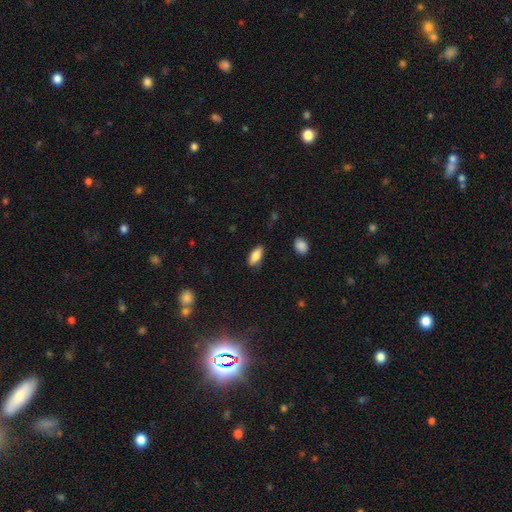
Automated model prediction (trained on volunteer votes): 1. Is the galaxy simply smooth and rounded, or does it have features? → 82% smooth, 11% featured or disk, 7% star or artifact.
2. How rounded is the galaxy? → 84% in between, 14% cigar-shaped, 2% round.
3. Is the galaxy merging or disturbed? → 85% none, 12% minor disturbance, 3% major disturbance, 1% merger.